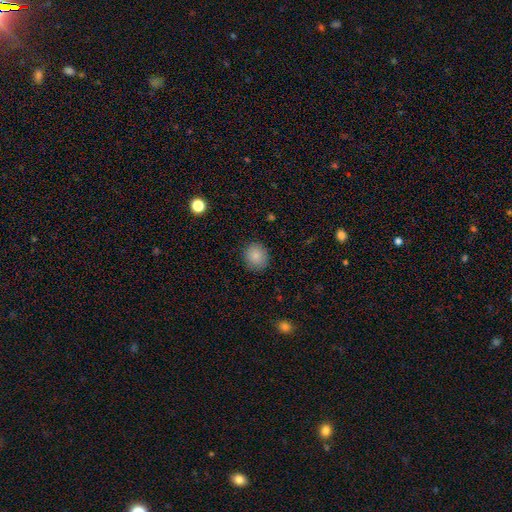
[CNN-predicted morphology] Smooth or featured? smooth (87%)
How rounded? round (77%)
Merging? none (88%)